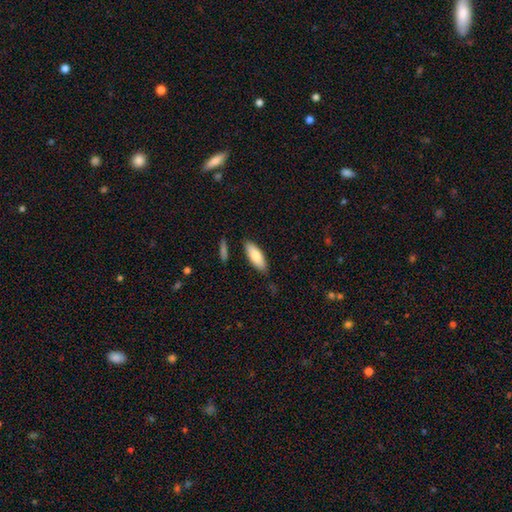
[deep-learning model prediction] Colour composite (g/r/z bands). It shows a smooth galaxy with no disk features (79%) that is in between round and cigar-shaped (72%). Merging: none (84%).